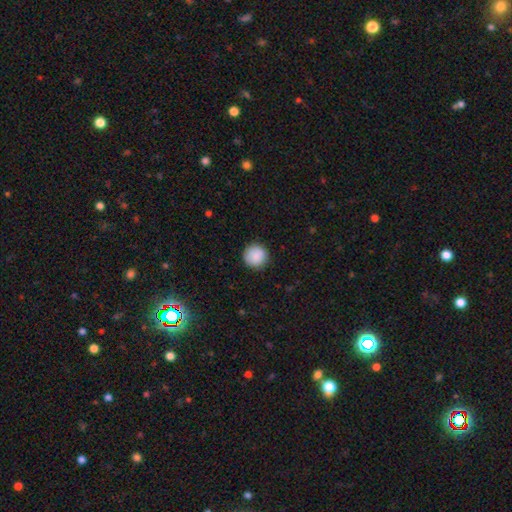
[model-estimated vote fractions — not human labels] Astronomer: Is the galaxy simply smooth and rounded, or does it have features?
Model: smooth — 88%.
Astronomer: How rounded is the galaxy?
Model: round — 95%.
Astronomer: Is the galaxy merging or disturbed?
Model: none — 90%.